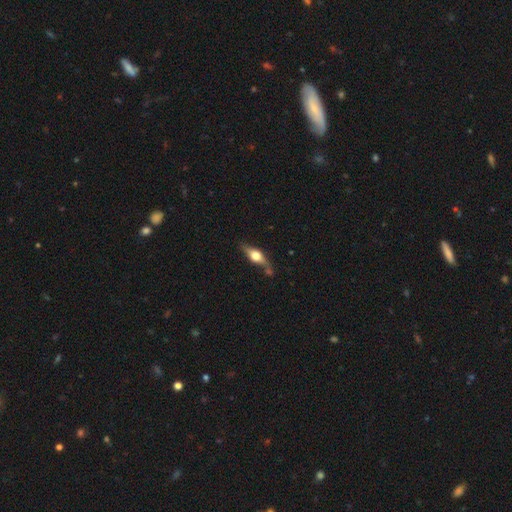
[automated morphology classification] A featured or disk galaxy (57%) viewed edge-on (88%). Merging: none (63%).